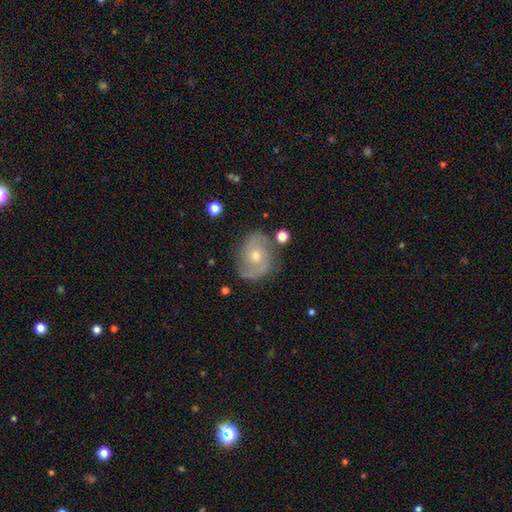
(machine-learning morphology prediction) This is likely a featured or disk galaxy (74%). It is clearly not viewed edge-on (97%). Bar: likely no (72%). Spiral arm pattern: clearly yes (90%). Spiral arm count: likely 2 (73%). Spiral winding: marginally medium (45%). Central bulge: possibly moderate (58%). Merging: likely none (75%).